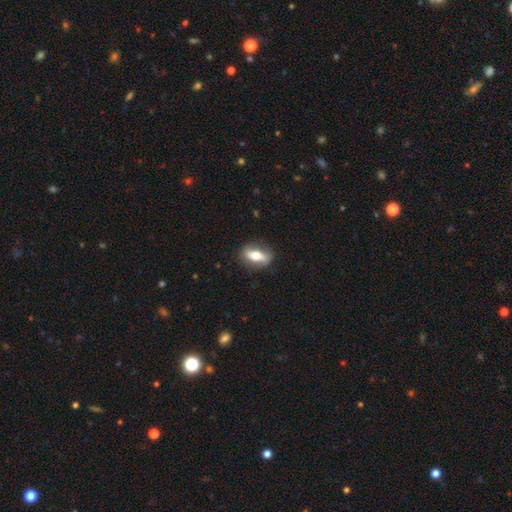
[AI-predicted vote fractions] smooth-or-featured: smooth: 53% | featured or disk: 40% | star or artifact: 7%
  how-rounded: in between: 75% | cigar-shaped: 15% | round: 10%
  merging: none: 81% | minor disturbance: 14% | major disturbance: 4% | merger: 1%